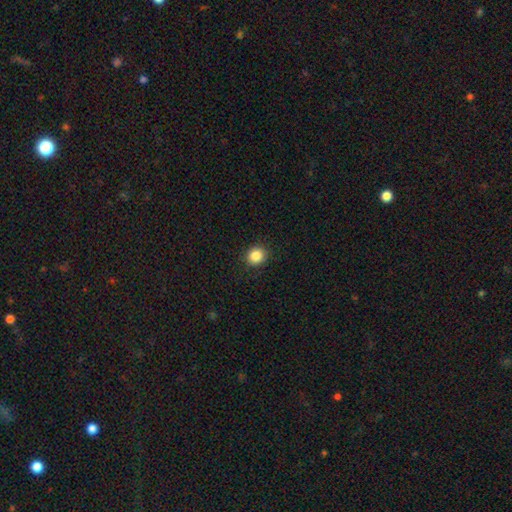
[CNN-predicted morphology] A smooth galaxy with no disk features (86%) that is round (85%). Merging: none (91%).